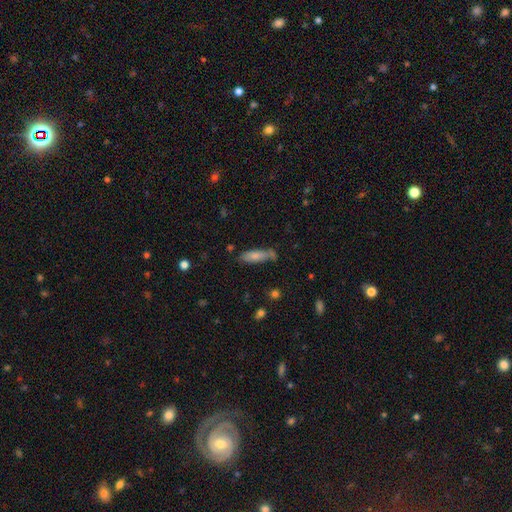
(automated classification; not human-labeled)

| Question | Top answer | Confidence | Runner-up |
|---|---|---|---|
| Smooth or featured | smooth | 75% | featured or disk (18%) |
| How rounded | cigar-shaped | 54% | in between (44%) |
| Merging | none | 61% | minor disturbance (23%) |